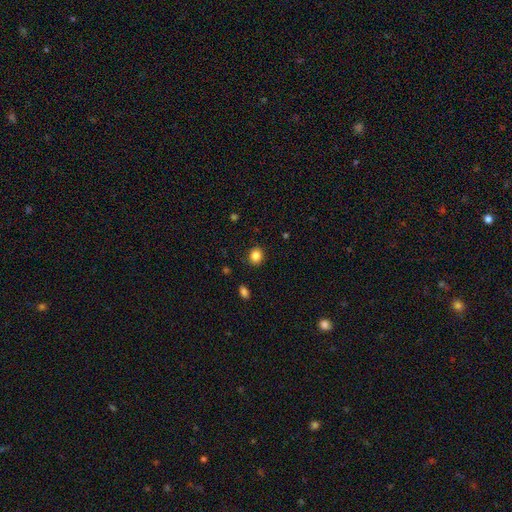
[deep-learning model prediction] Morphology: type=smooth (85%); roundness=round (75%); merging=none (88%).